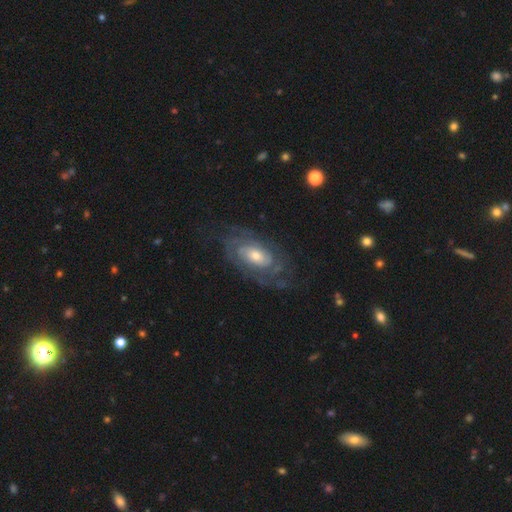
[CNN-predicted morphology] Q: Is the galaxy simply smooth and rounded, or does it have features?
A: featured or disk — 84%.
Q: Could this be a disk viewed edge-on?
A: no — 94%.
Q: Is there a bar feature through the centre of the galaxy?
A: no — 68%.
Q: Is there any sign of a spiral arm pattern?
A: yes — 93%.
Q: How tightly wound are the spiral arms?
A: tight — 67%.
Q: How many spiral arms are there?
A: can't tell — 41%.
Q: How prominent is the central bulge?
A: moderate — 56%.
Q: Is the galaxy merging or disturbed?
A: none — 71%.